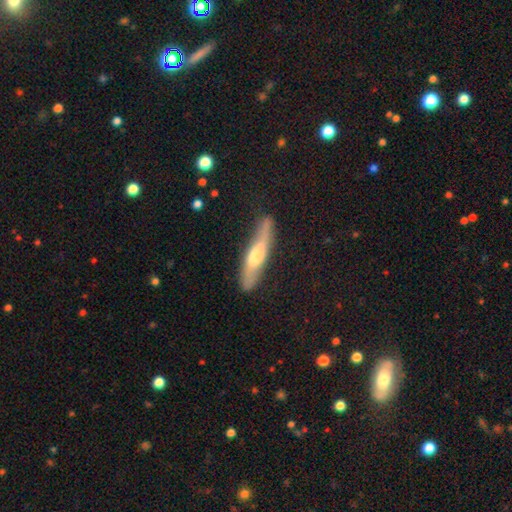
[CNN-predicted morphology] Overall: featured or disk (52%; smooth 42%). Edge-on disk: yes (67%; no 33%). Merging: none (74%).